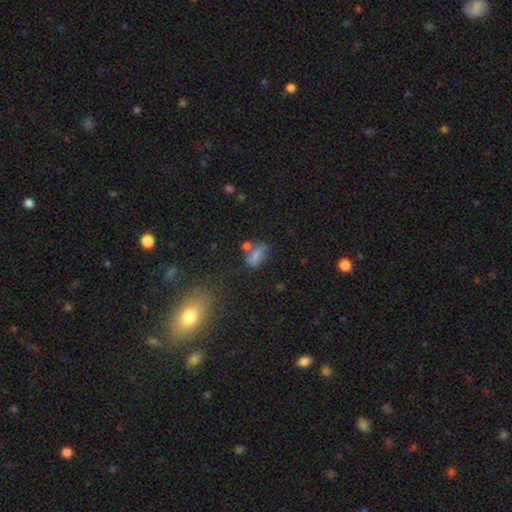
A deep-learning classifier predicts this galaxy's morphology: Overall: smooth (73%). How rounded: in between (85%). Merging: none (54%; minor disturbance 21%).